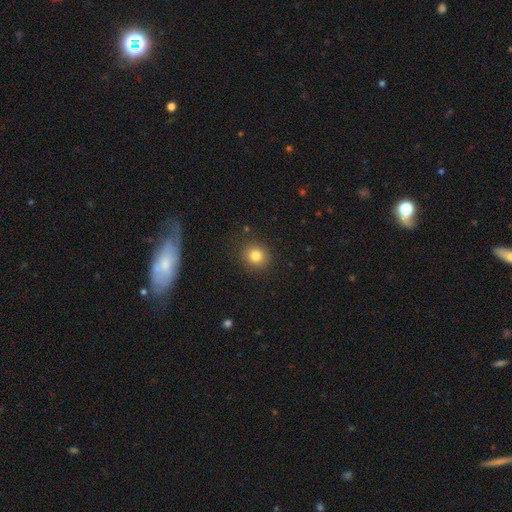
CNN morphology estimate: This is clearly a smooth galaxy (81%). How rounded: clearly round (83%). Merging: clearly none (88%).